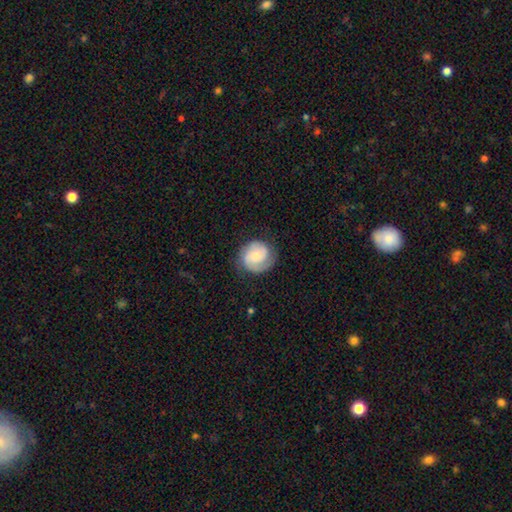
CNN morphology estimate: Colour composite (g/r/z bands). It shows a featured or disk galaxy (59%) with no bar (61%), 2 (65%) tight (47%) spiral arms (92%) and a small central bulge (56%). Merging: none (75%).